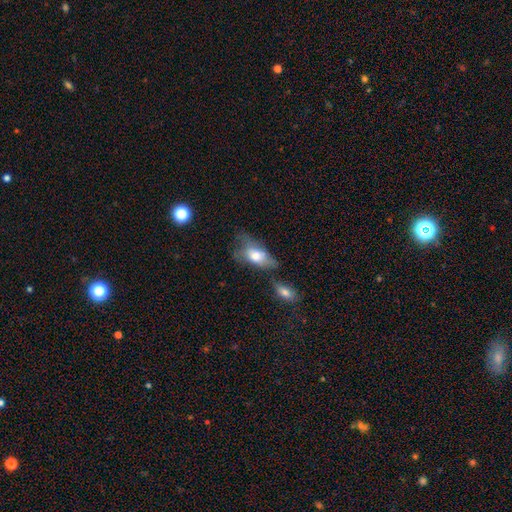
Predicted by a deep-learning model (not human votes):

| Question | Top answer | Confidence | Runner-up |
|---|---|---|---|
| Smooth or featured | smooth | 69% | featured or disk (23%) |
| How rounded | in between | 88% | cigar-shaped (7%) |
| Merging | none | 30% | minor disturbance (29%) |